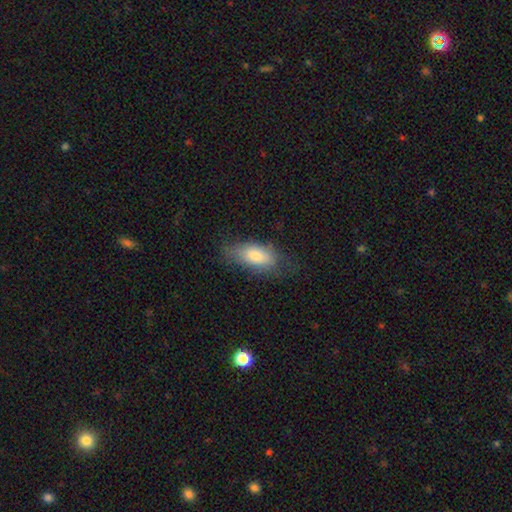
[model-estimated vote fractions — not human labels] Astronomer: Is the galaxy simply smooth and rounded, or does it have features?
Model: smooth — 76%.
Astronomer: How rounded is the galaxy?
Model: in between — 85%.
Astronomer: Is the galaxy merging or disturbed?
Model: none — 64%.